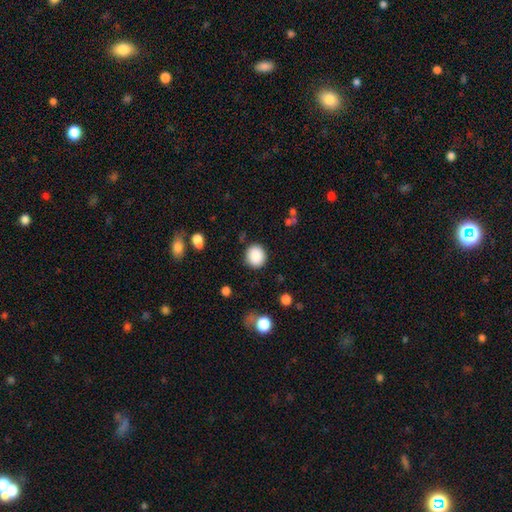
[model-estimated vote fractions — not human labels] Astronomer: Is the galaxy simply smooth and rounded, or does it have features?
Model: smooth — 88%.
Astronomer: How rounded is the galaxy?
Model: round — 85%.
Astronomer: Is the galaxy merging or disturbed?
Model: none — 87%.